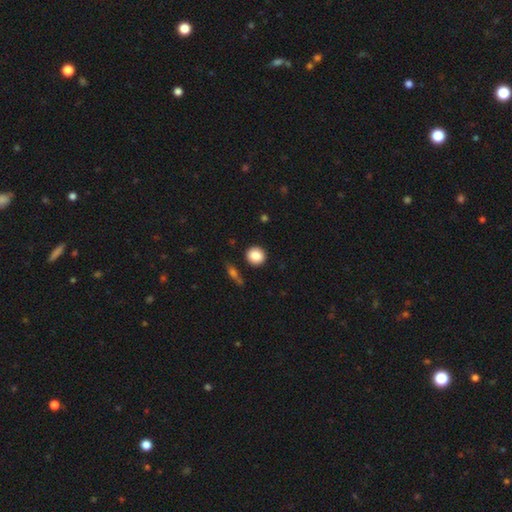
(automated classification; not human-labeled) This appears to be a smooth galaxy with no disk features (86%) that is round (89%). Merging: none (88%).